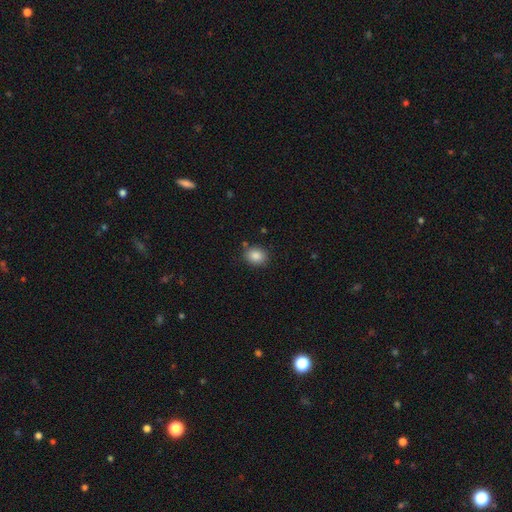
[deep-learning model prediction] Q: Smooth or featured?
A: smooth (87%); runner-up: star or artifact (9%)
Q: How rounded?
A: in between (52%); runner-up: round (47%)
Q: Merging?
A: none (84%); runner-up: minor disturbance (10%)